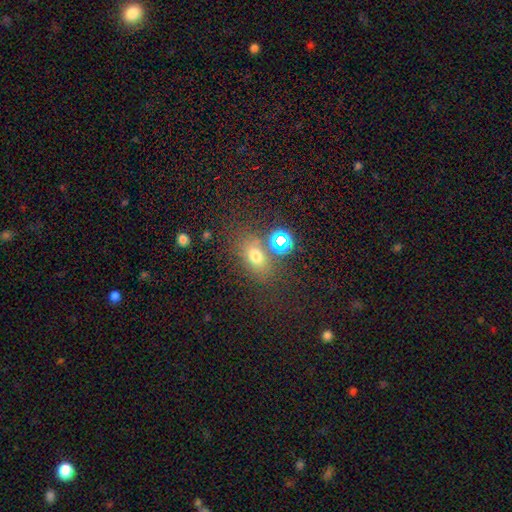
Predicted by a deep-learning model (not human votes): A smooth galaxy with no disk features (64%) that is in between round and cigar-shaped (66%).

Vote fractions:
- Smooth or featured? smooth: 64% / star or artifact: 24% / featured or disk: 13%
- How rounded? in between: 66% / round: 30% / cigar-shaped: 4%
- Merging? none: 67% / merger: 13% / minor disturbance: 13% / major disturbance: 7%